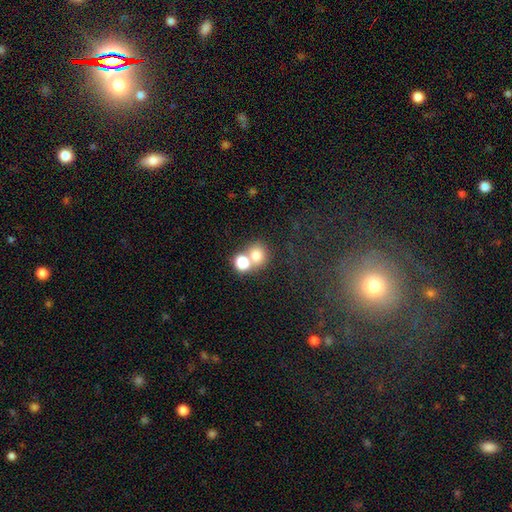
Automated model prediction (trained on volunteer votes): A smooth galaxy with no disk features (74%) that is round (81%). Merging: merger (48%).